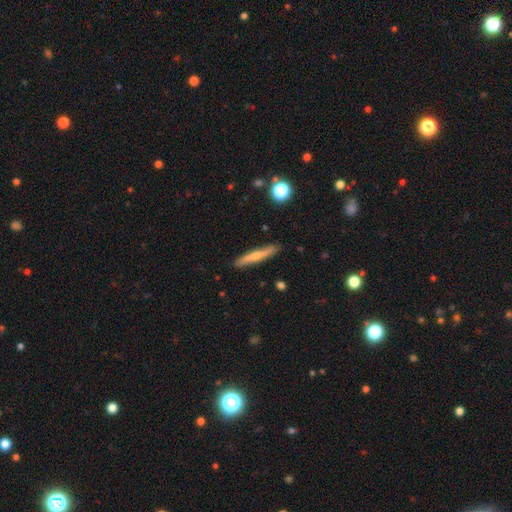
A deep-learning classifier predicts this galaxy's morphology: Q: Smooth or featured?
A: smooth (54%); runner-up: featured or disk (40%)
Q: How rounded?
A: cigar-shaped (92%); runner-up: in between (6%)
Q: Merging?
A: none (88%); runner-up: minor disturbance (9%)